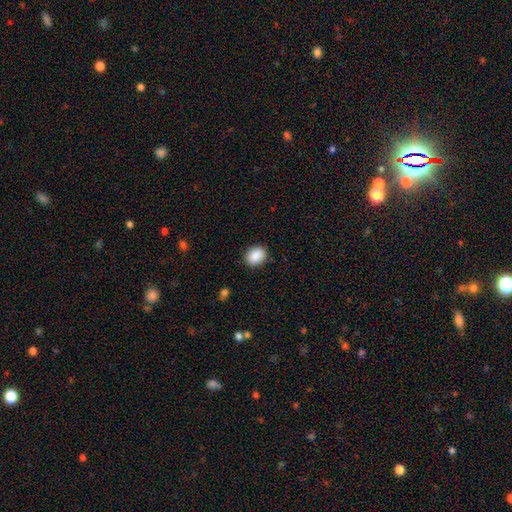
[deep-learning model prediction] Smooth or featured? smooth (89%)
How rounded? in between (60%)
Merging? none (88%)